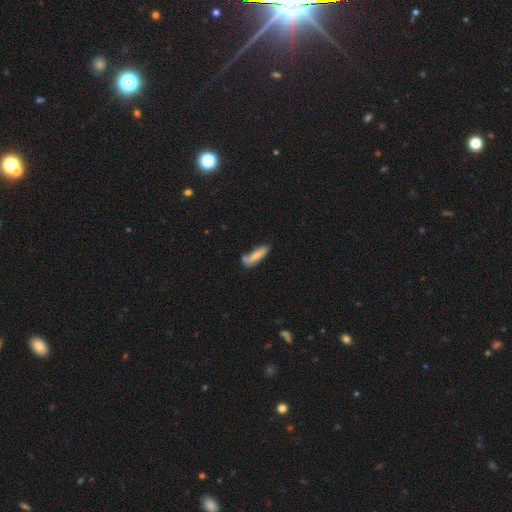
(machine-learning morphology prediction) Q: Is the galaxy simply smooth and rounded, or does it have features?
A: smooth — 78%.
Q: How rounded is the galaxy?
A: cigar-shaped — 68%.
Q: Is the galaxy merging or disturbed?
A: none — 56%.